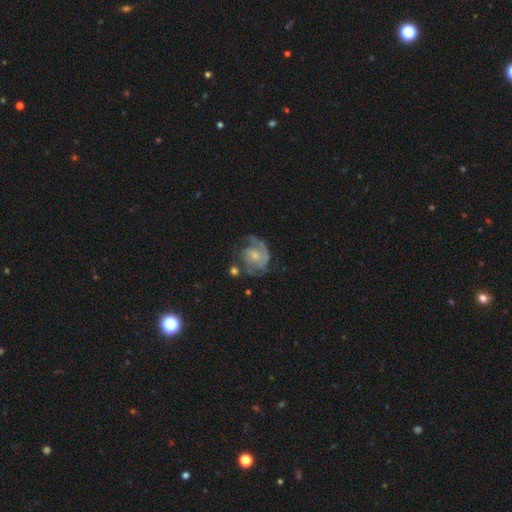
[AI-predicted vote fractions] Smooth or featured: featured or disk — 80% (smooth — 14%)
Edge-on disk: no — 98% (yes — 2%)
Bar: no — 63% (weak — 32%)
Spiral arms: yes — 93% (no — 7%)
Spiral winding: medium — 45% (tight — 38%)
Spiral arm count: 2 — 52% (can't tell — 16%)
Bulge size: small — 52% (moderate — 36%)
Merging: none — 55% (minor disturbance — 22%)